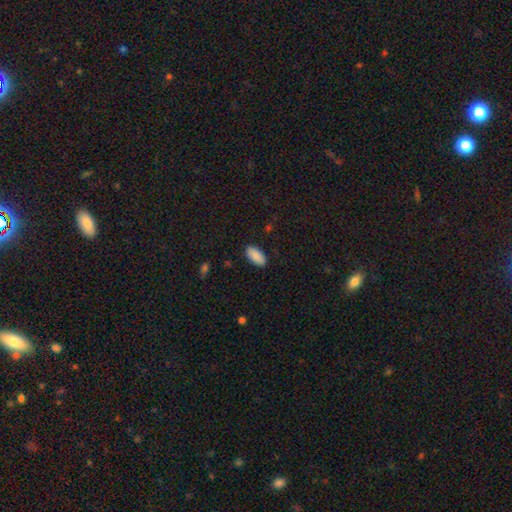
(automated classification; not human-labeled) smooth-or-featured: smooth: 90% | star or artifact: 6% | featured or disk: 3%
  how-rounded: in between: 93% | cigar-shaped: 5% | round: 2%
  merging: none: 89% | minor disturbance: 8% | major disturbance: 2% | merger: 1%